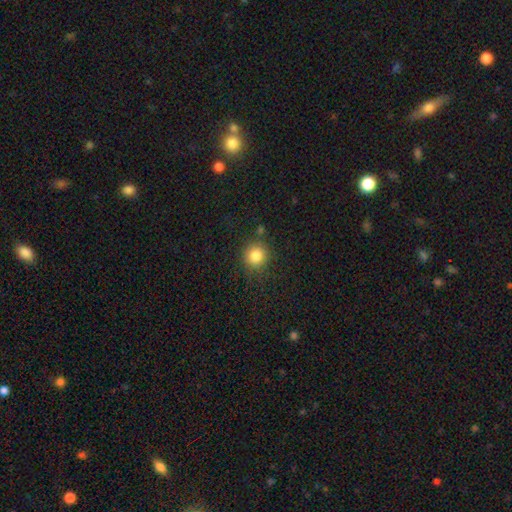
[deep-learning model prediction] smooth_or_featured: smooth (p=0.84) [alt: star or artifact p=0.11]
how_rounded: round (p=0.91) [alt: in between p=0.08]
merging: none (p=0.82) [alt: minor disturbance p=0.11]